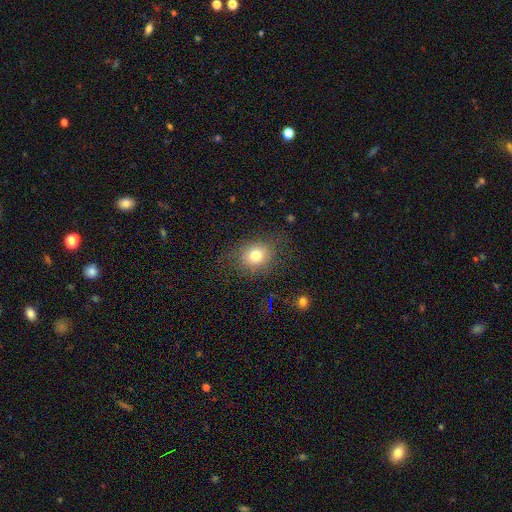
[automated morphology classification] Smooth or featured: smooth — 77% (star or artifact — 12%)
How rounded: round — 61% (in between — 38%)
Merging: none — 78% (minor disturbance — 14%)